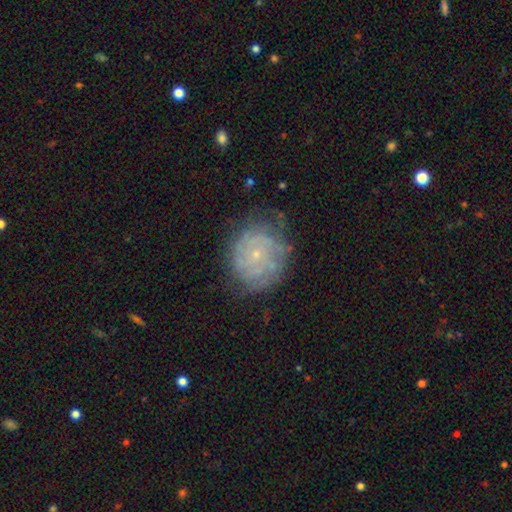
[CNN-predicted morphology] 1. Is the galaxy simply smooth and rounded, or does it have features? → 71% featured or disk, 19% smooth, 9% star or artifact.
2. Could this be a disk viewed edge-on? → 98% no, 2% yes.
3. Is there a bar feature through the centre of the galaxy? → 83% no, 14% weak, 3% strong.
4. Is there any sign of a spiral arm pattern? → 87% yes, 13% no.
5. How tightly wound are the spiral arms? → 73% tight, 21% medium, 6% loose.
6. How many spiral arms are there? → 47% can't tell, 15% 2, 13% 3, 12% 4, 7% more than 4, 6% 1.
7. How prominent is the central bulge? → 85% small, 11% moderate, 3% none, 1% large, 1% dominant.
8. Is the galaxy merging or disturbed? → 71% none, 20% minor disturbance, 8% major disturbance, 1% merger.